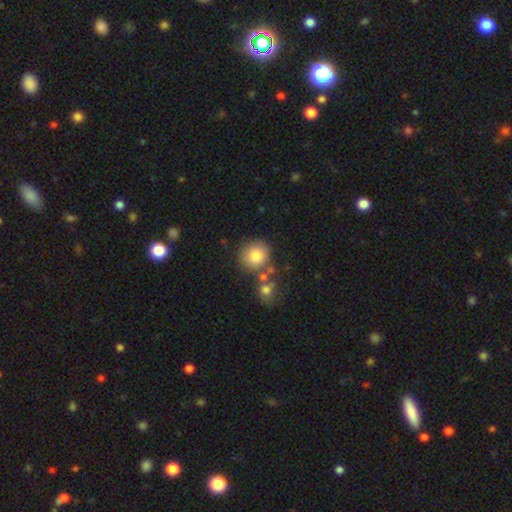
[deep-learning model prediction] smooth-or-featured: smooth: 80% | star or artifact: 10% | featured or disk: 10%
  how-rounded: round: 89% | in between: 10% | cigar-shaped: 1%
  merging: none: 68% | merger: 16% | minor disturbance: 12% | major disturbance: 4%